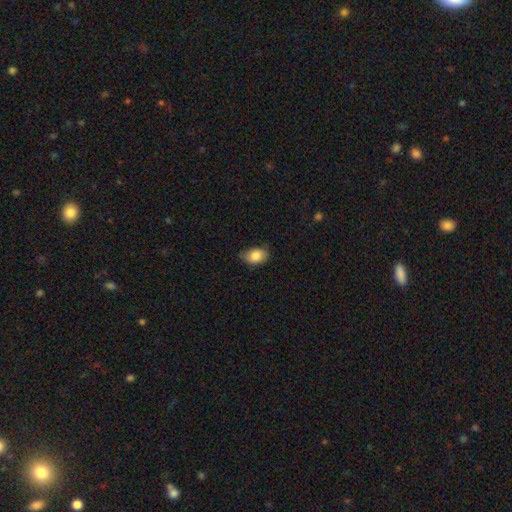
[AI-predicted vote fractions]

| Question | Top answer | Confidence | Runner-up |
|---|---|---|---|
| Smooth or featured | smooth | 86% | star or artifact (8%) |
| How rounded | in between | 82% | round (16%) |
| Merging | none | 61% | minor disturbance (33%) |